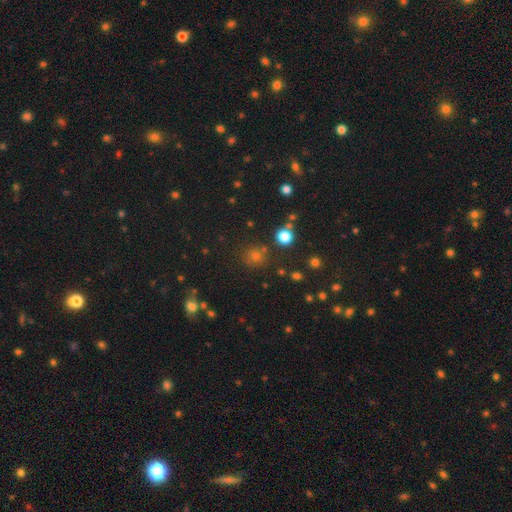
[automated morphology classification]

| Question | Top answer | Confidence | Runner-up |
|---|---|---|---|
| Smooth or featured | smooth | 58% | star or artifact (35%) |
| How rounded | round | 89% | in between (10%) |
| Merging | none | 82% | minor disturbance (9%) |